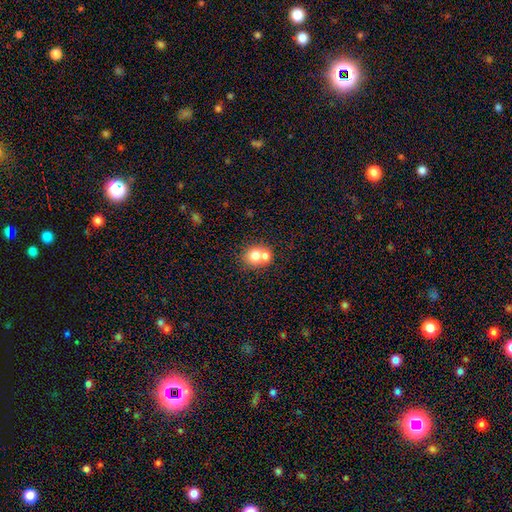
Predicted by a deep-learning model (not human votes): Smooth or featured: smooth — 74% (featured or disk — 17%)
How rounded: round — 73% (in between — 27%)
Merging: merger — 61% (none — 31%)